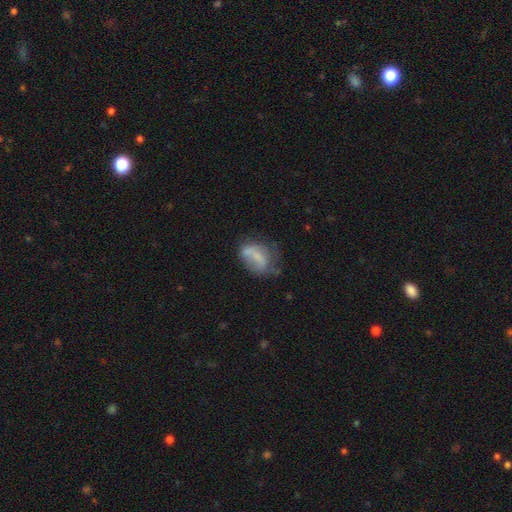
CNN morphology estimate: smooth-or-featured: smooth: 53% | featured or disk: 37% | star or artifact: 10%
  how-rounded: in between: 75% | round: 22% | cigar-shaped: 3%
  merging: none: 34% | minor disturbance: 29% | major disturbance: 26% | merger: 10%